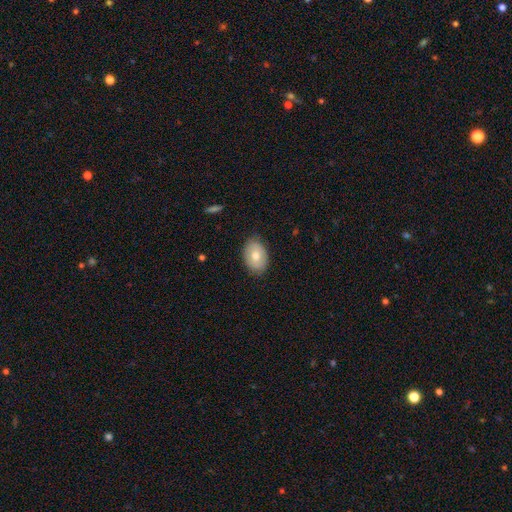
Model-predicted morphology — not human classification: The model was most divided on "smooth or featured": smooth: 72%, featured or disk: 21%, star or artifact: 7%. More confident: merging — none (82%); how rounded — in between (81%).